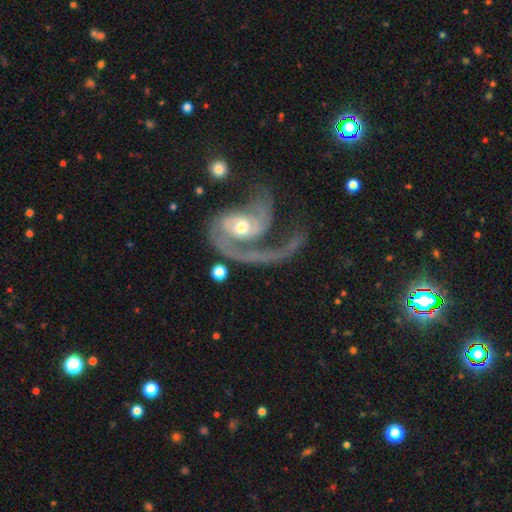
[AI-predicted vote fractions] smooth-or-featured: featured or disk: 88% | smooth: 6% | star or artifact: 6%
  disk-edge-on: no: 97% | yes: 3%
    bar: no: 54% | weak: 30% | strong: 16%
    has-spiral-arms: yes: 94% | no: 6%
      spiral-winding: medium: 45% | loose: 28% | tight: 26%
      spiral-arm-count: 2: 44% (tied) | 1: 44% (tied) | can't tell: 5% | 3: 3% | 4: 2% | more than 4: 2%
    bulge-size: moderate: 52% | small: 42% | large: 3% | none: 2% | dominant: 1%
  merging: none: 36% | major disturbance: 35% | minor disturbance: 15% | merger: 13%